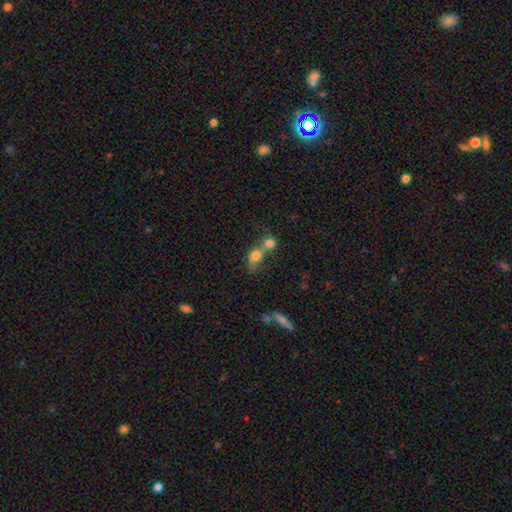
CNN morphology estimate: This appears to be a smooth galaxy with no disk features (71%) that is round (55%). Merging: merger (70%).